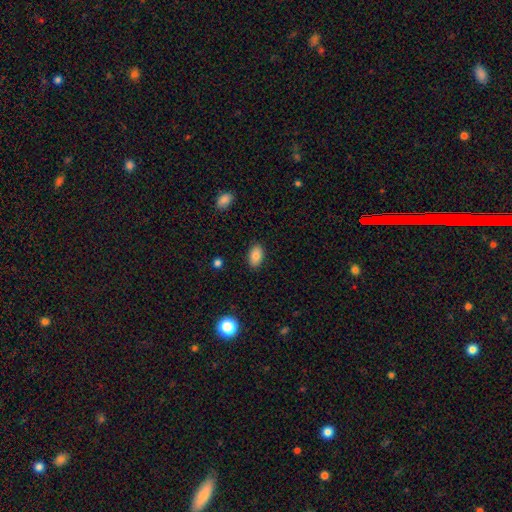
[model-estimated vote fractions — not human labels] smooth 84%, star or artifact 8%, featured or disk 8%. Down the decision tree: how rounded — in between (91%); merging — none (87%).